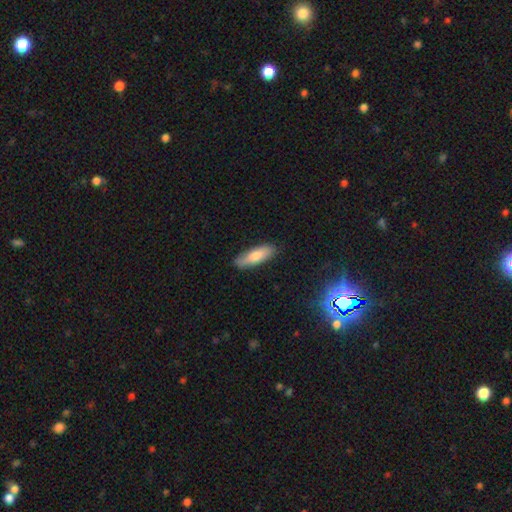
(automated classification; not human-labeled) smooth 72%, featured or disk 19%, star or artifact 9%. Down the decision tree: how rounded — cigar-shaped (52%); merging — none (85%).